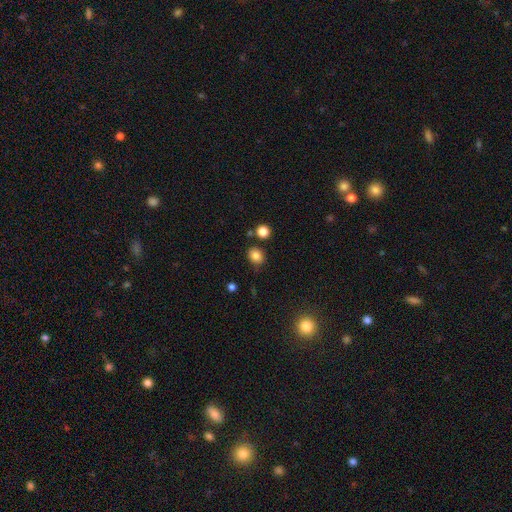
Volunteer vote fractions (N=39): Overall: smooth (85%). How rounded: round (55%; in between 45%). Merging: none (80%).